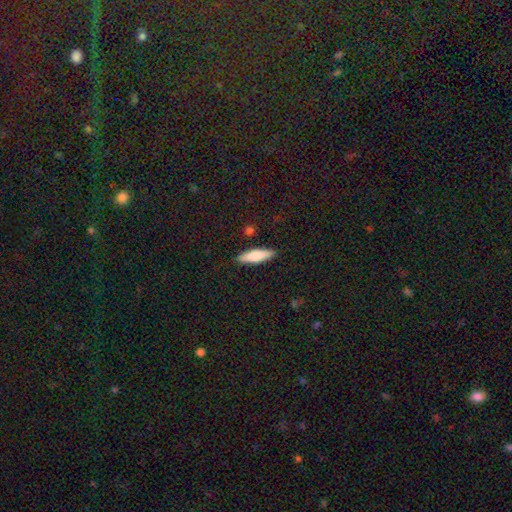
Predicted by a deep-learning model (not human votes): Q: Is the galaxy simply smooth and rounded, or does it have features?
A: smooth — 74%.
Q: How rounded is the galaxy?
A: cigar-shaped — 66%.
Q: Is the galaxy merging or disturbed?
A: none — 88%.